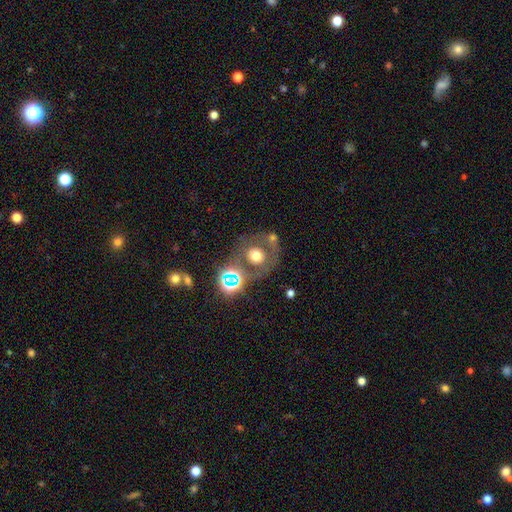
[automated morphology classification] smooth_or_featured: smooth (p=0.52) [alt: featured or disk p=0.27]
how_rounded: round (p=0.89) [alt: in between p=0.10]
merging: none (p=0.65) [alt: merger p=0.13]